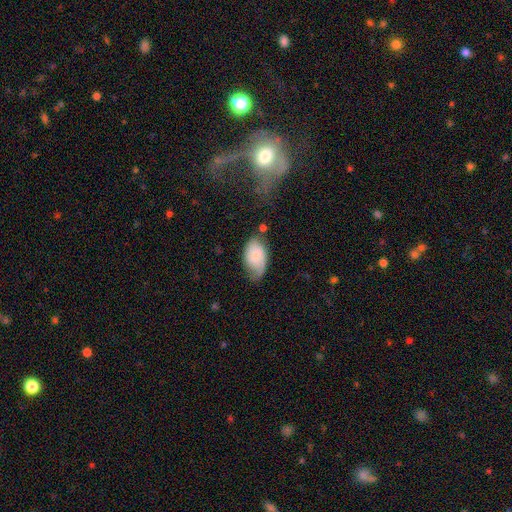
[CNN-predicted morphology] Smooth or featured? smooth (61%)
How rounded? in between (93%)
Merging? none (47%)